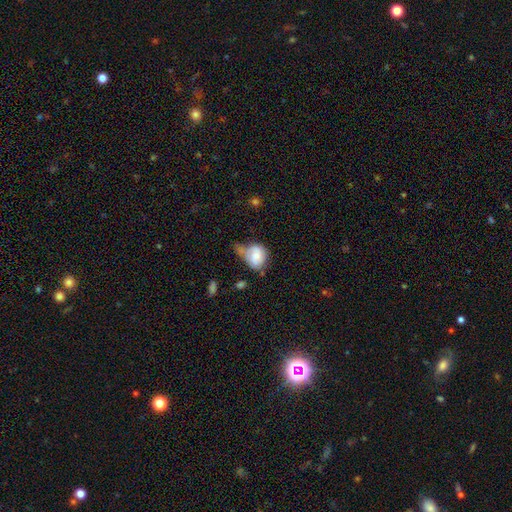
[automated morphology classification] type=smooth (69%); roundness=round (56%); merging=minor disturbance (34%).